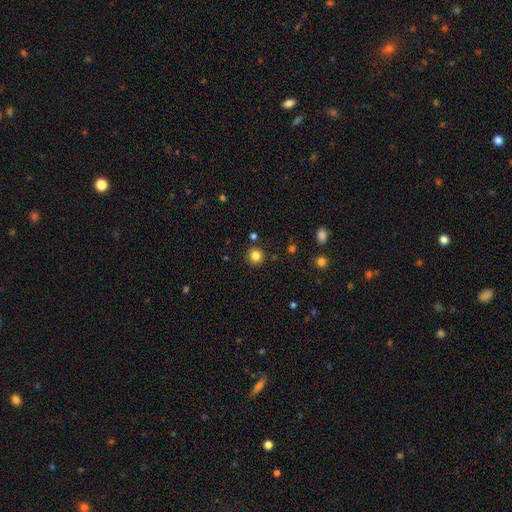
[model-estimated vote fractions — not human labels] Smooth or featured?
  - smooth: 82% *
  - star or artifact: 13%
  - featured or disk: 5%
How rounded?
  - round: 93% *
  - in between: 6%
  - cigar-shaped: 1%
Merging?
  - none: 89% *
  - minor disturbance: 6%
  - merger: 3%
  - major disturbance: 2%